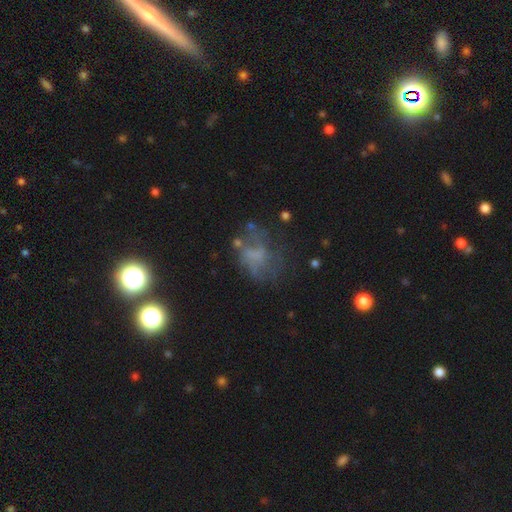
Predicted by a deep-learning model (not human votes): Smooth or featured? featured or disk (47%)
Merging? none (42%)